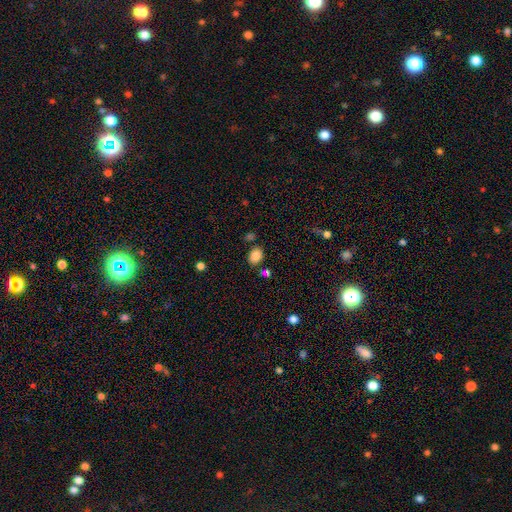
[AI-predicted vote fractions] Smooth or featured?
  - smooth: 85% *
  - star or artifact: 9%
  - featured or disk: 6%
How rounded?
  - in between: 76% *
  - round: 23%
  - cigar-shaped: 1%
Merging?
  - none: 76% *
  - minor disturbance: 12%
  - merger: 8%
  - major disturbance: 3%